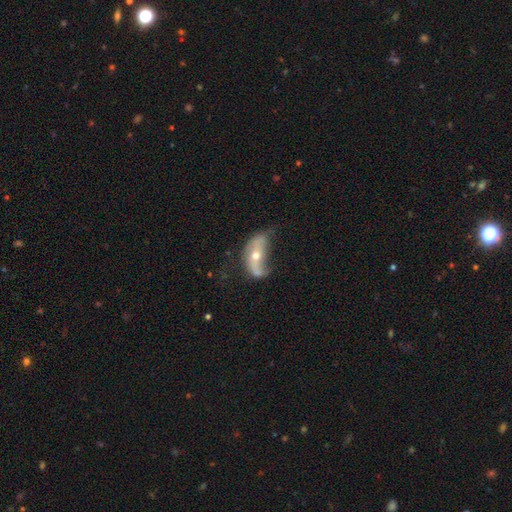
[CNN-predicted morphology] type=featured or disk (64%); edge-on=no (89%); bar=no (60%); spiral arms=yes (68%); bulge=moderate (60%); merging=minor disturbance (33%, tied with none).